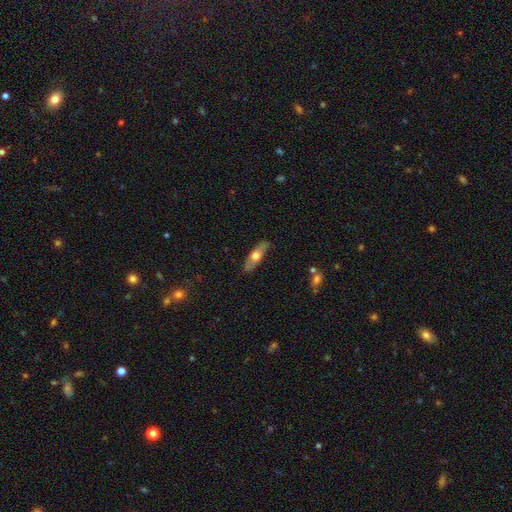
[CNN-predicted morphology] This is possibly a featured or disk galaxy (47%, tied with smooth). Merging: clearly none (84%).